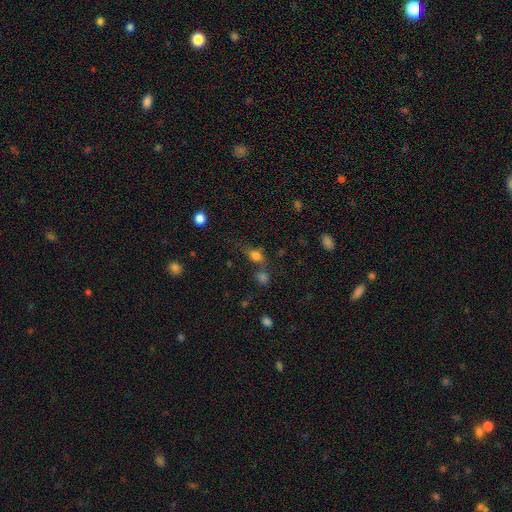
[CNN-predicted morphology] Smooth or featured? Predicted: smooth (p=0.73). How rounded? Predicted: in between (p=0.57). Merging? Predicted: none (p=0.51).